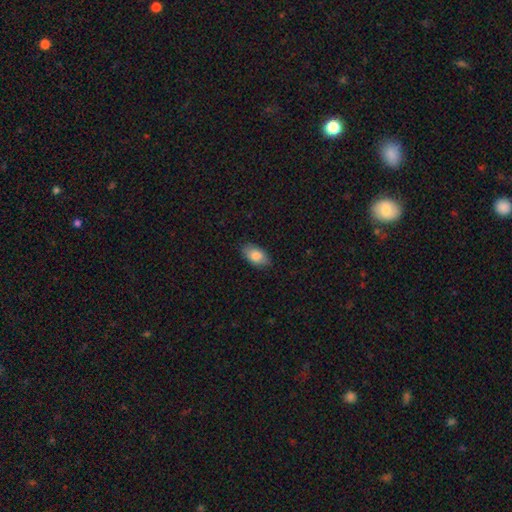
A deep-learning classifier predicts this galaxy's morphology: This appears to be a smooth galaxy with no disk features (84%) that is in between round and cigar-shaped (93%). Merging: none (85%).